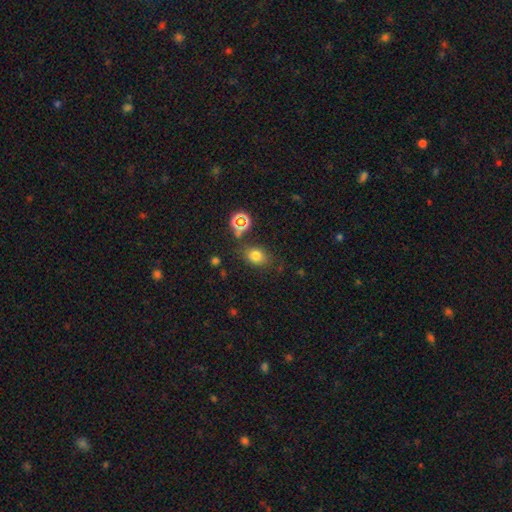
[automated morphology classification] Smooth or featured? smooth (77%)
How rounded? in between (60%)
Merging? none (75%)